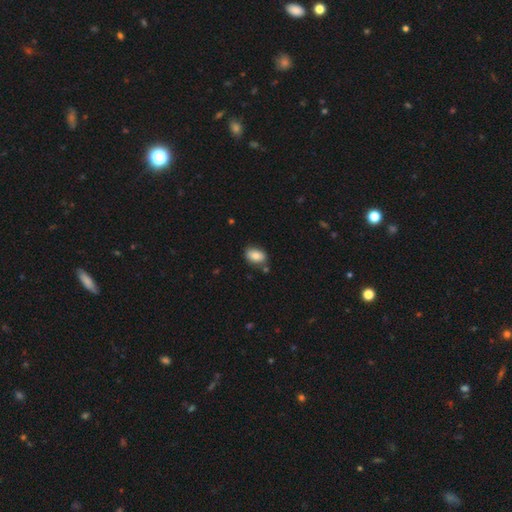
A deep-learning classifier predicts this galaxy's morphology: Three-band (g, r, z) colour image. It shows a smooth galaxy with no disk features (83%) that is in between round and cigar-shaped (86%). Merging: none (77%).